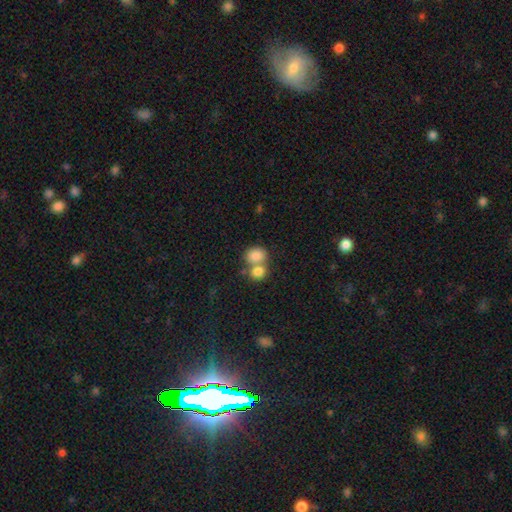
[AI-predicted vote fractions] A smooth galaxy with no disk features (82%) that is round (58%).

Vote fractions:
- Smooth or featured? smooth: 82% / featured or disk: 9% / star or artifact: 9%
- How rounded? round: 58% / in between: 41% / cigar-shaped: 1%
- Merging? merger: 56% / none: 33% / minor disturbance: 7% / major disturbance: 3%